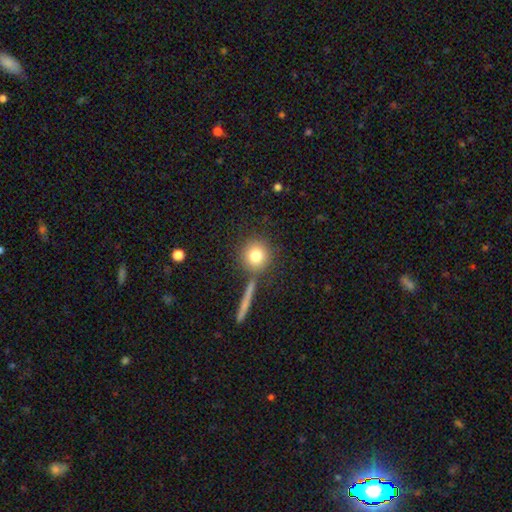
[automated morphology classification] Q: Smooth or featured?
A: smooth (80%); runner-up: featured or disk (10%)
Q: How rounded?
A: round (92%); runner-up: in between (6%)
Q: Merging?
A: none (77%); runner-up: merger (10%)